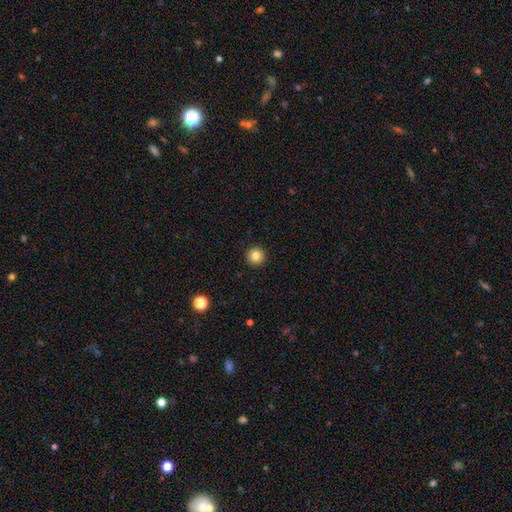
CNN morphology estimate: Smooth or featured: smooth — 83% (star or artifact — 11%)
How rounded: round — 96% (in between — 3%)
Merging: none — 93% (minor disturbance — 4%)